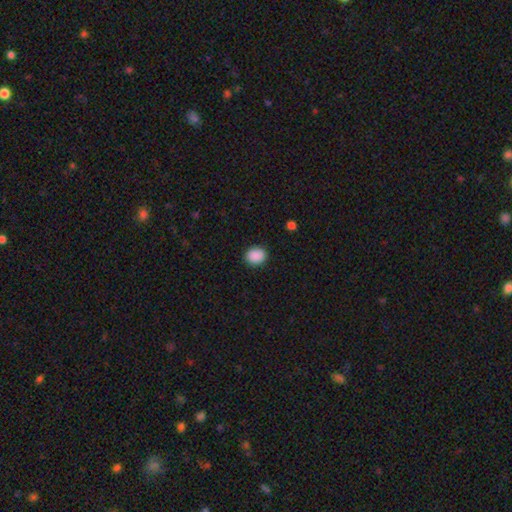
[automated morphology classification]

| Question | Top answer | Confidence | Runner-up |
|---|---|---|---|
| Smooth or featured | smooth | 89% | star or artifact (8%) |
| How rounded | round | 56% | in between (43%) |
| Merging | none | 89% | minor disturbance (8%) |